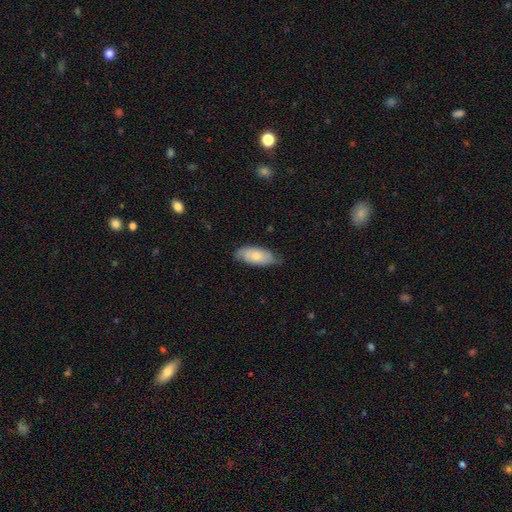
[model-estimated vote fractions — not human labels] Smooth or featured?
  - smooth: 59% *
  - featured or disk: 35%
  - star or artifact: 6%
How rounded?
  - in between: 87% *
  - cigar-shaped: 10%
  - round: 3%
Merging?
  - none: 66% *
  - minor disturbance: 28%
  - major disturbance: 5%
  - merger: 1%